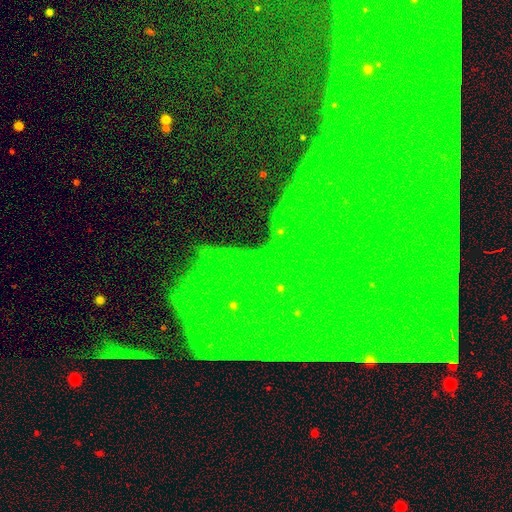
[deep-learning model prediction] Morphology: type=star or artifact (83%).